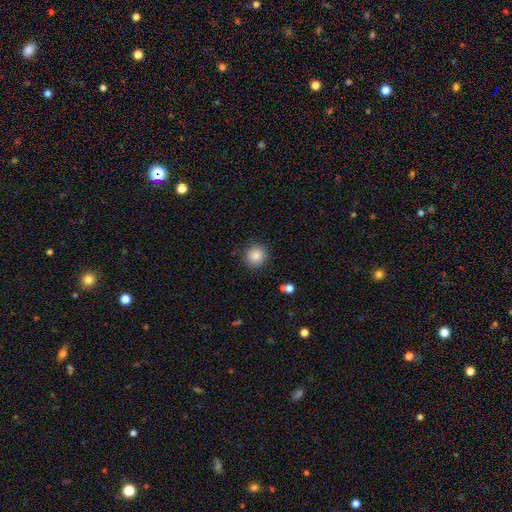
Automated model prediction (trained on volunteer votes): Smooth or featured? smooth (86%)
How rounded? round (92%)
Merging? none (89%)